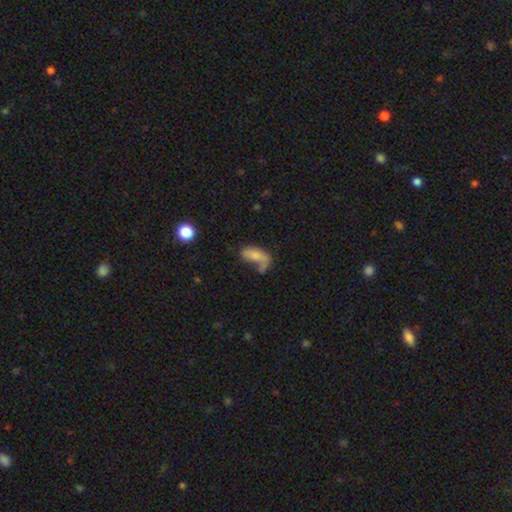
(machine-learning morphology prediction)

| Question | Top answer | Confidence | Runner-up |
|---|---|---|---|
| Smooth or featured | smooth | 63% | featured or disk (28%) |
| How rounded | in between | 85% | cigar-shaped (11%) |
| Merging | major disturbance | 32% | none (28%) |